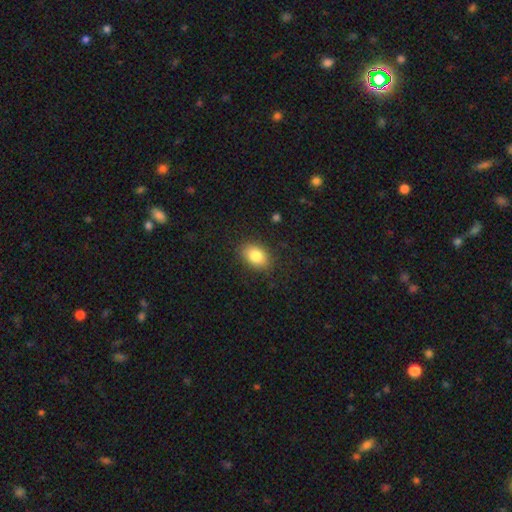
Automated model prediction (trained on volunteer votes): Overall: smooth (83%). How rounded: in between (82%). Merging: none (85%).